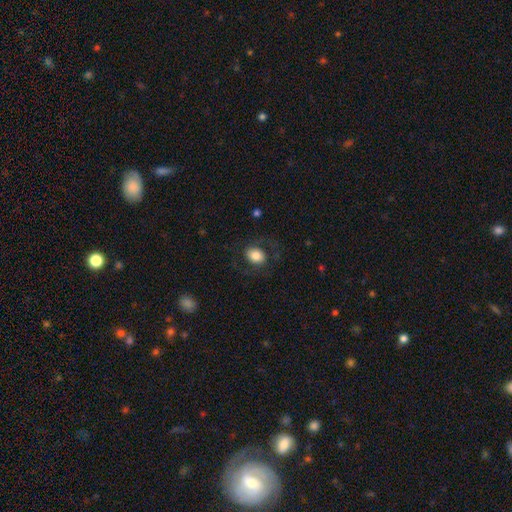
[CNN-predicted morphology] Smooth or featured?
  - smooth: 72% *
  - featured or disk: 20%
  - star or artifact: 8%
How rounded?
  - in between: 57% *
  - round: 42%
  - cigar-shaped: 1%
Merging?
  - none: 74% *
  - minor disturbance: 13%
  - major disturbance: 11%
  - merger: 1%